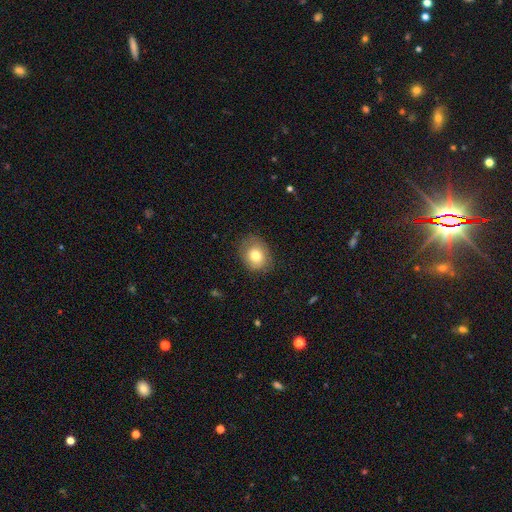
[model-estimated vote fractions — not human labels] smooth_or_featured: smooth (p=0.77) [alt: featured or disk p=0.14]
how_rounded: round (p=0.59) [alt: in between p=0.41]
merging: none (p=0.77) [alt: minor disturbance p=0.18]